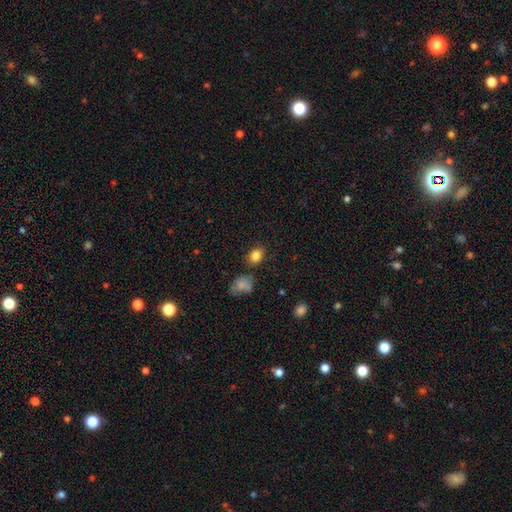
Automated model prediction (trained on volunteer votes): A smooth galaxy with no disk features (83%) that is in between round and cigar-shaped (50%). Merging: none (79%).